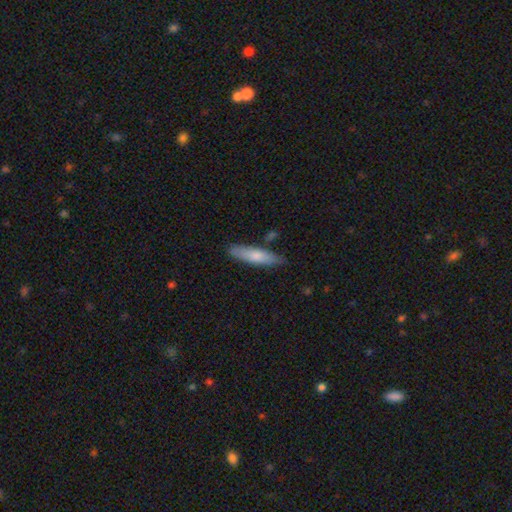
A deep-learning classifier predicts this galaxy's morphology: Smooth or featured? Predicted: smooth (p=0.72). How rounded? Predicted: cigar-shaped (p=0.77). Merging? Predicted: none (p=0.79).